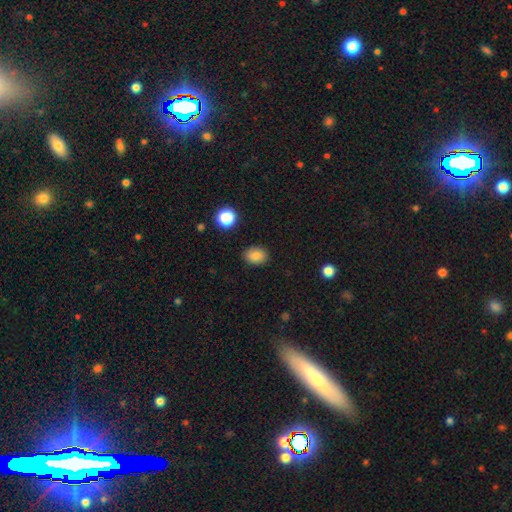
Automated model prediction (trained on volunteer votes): smooth_or_featured: smooth (p=0.85) [alt: star or artifact p=0.10]
how_rounded: in between (p=0.68) [alt: round p=0.31]
merging: none (p=0.87) [alt: minor disturbance p=0.09]